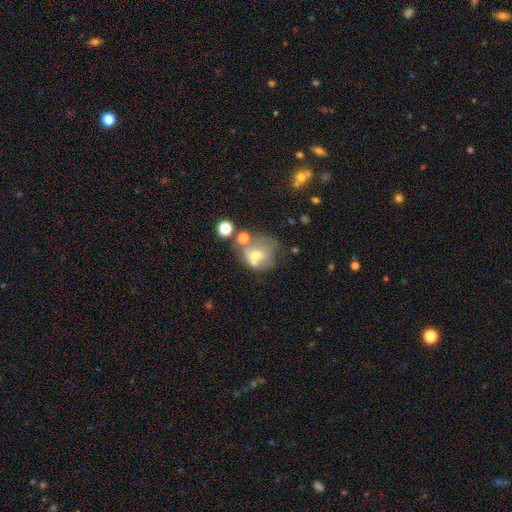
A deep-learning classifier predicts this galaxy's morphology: type=smooth (54%); roundness=round (68%); merging=merger (33%).